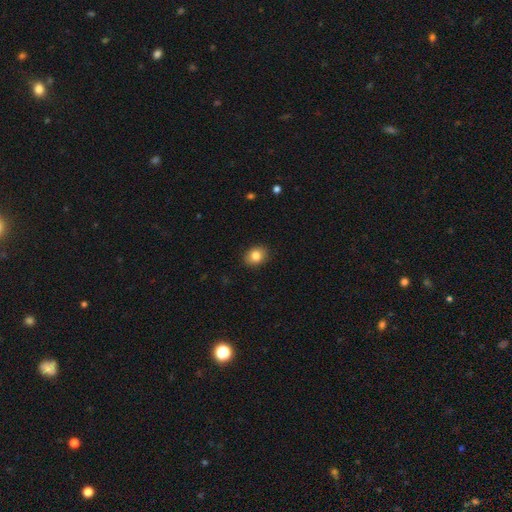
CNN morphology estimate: smooth-or-featured: smooth: 83% | star or artifact: 10% | featured or disk: 8%
  how-rounded: round: 52% | in between: 47% | cigar-shaped: 1%
  merging: none: 90% | minor disturbance: 8% | major disturbance: 2% | merger: 1%